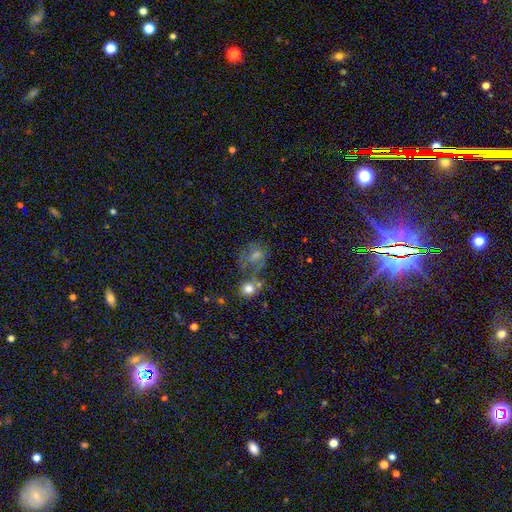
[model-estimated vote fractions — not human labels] Smooth or featured?
  - smooth: 57% *
  - featured or disk: 26%
  - star or artifact: 17%
How rounded?
  - round: 53% *
  - in between: 46%
  - cigar-shaped: 2%
Merging?
  - none: 36% *
  - merger: 23%
  - major disturbance: 22%
  - minor disturbance: 20%